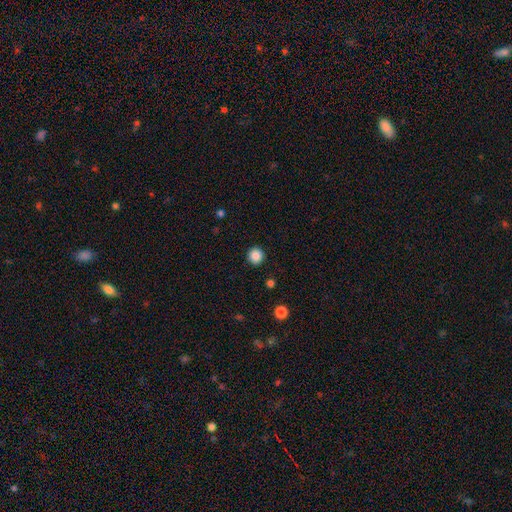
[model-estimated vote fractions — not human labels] Smooth or featured: smooth — 87% (star or artifact — 10%)
How rounded: round — 95% (in between — 4%)
Merging: none — 92% (minor disturbance — 5%)